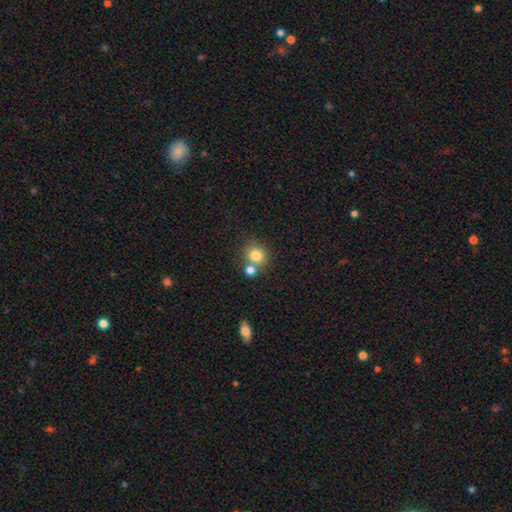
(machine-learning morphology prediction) A smooth galaxy with no disk features (79%) that is round (81%). Merging: none (57%).